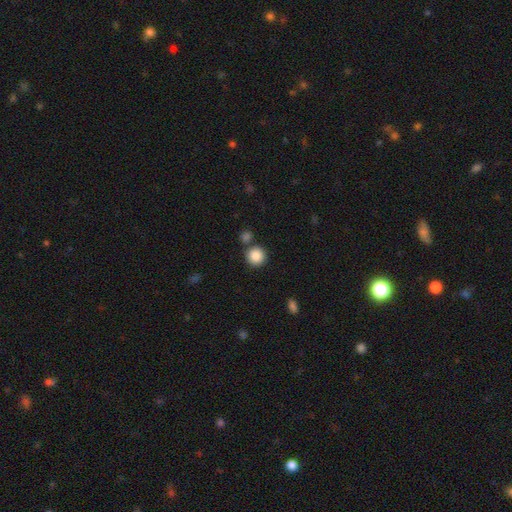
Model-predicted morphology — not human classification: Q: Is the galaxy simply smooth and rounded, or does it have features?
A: smooth — 87%.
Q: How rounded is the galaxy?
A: round — 93%.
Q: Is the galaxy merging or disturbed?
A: none — 76%.